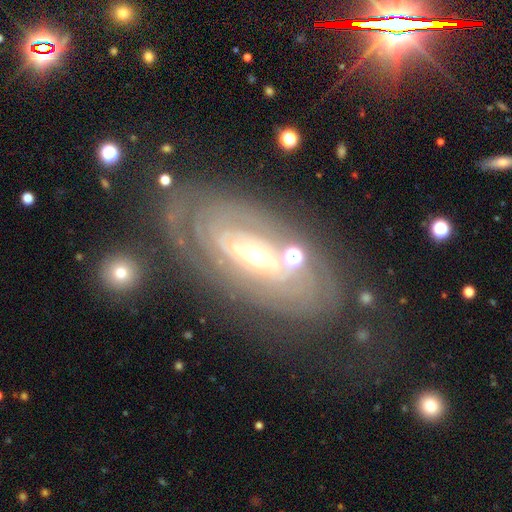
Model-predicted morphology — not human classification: Overall: featured or disk (82%). Edge-on disk: no (89%). Bar: no (50%; weak 28%). Spiral arms: yes (83%). Spiral arm count: can't tell (50%; 2 17%). Spiral winding: tight (77%). Bulge size: moderate (51%; small 41%). Merging: none (67%).